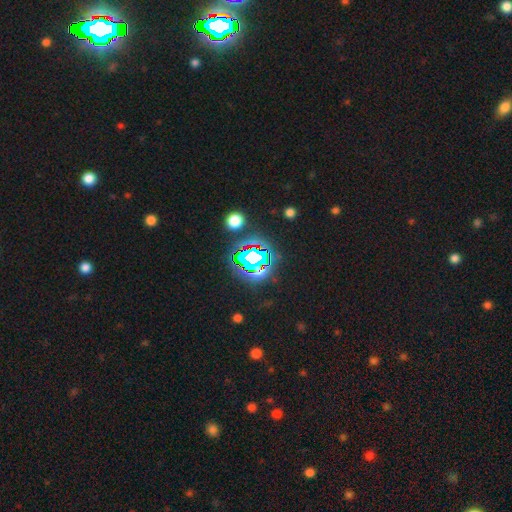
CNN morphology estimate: smooth_or_featured: star or artifact (p=0.74) [alt: smooth p=0.16]